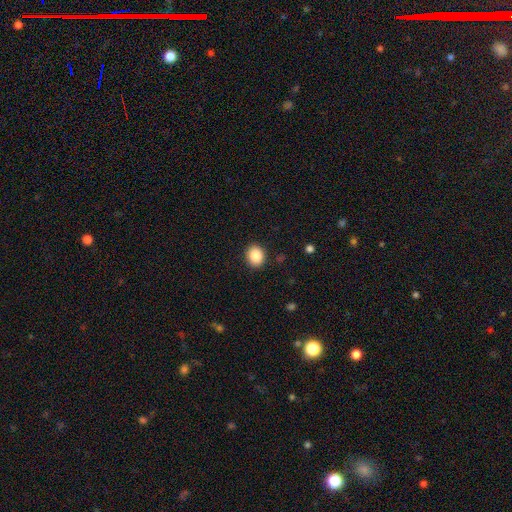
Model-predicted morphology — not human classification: This is clearly a smooth galaxy (87%). How rounded: likely round (64%). Merging: clearly none (90%).